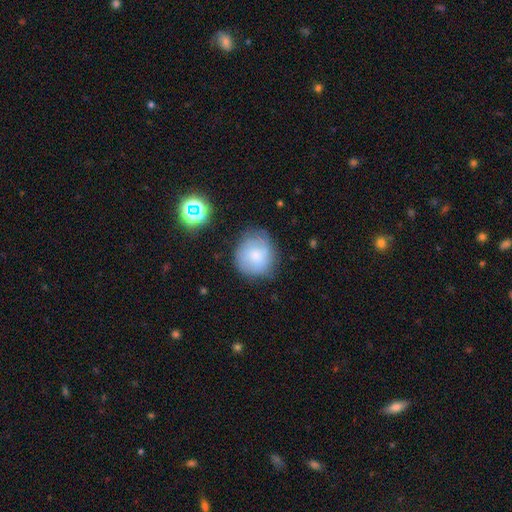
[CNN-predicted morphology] Smooth or featured? Predicted: smooth (p=0.68). How rounded? Predicted: round (p=0.79). Merging? Predicted: none (p=0.68).